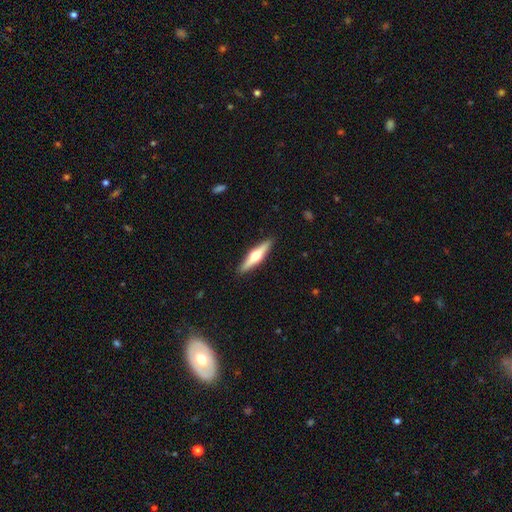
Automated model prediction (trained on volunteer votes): The model was most divided on "smooth or featured": featured or disk: 63%, smooth: 32%, star or artifact: 5%. More confident: edge-on disk — yes (97%); edge-on bulge — rounded (95%); merging — none (91%).